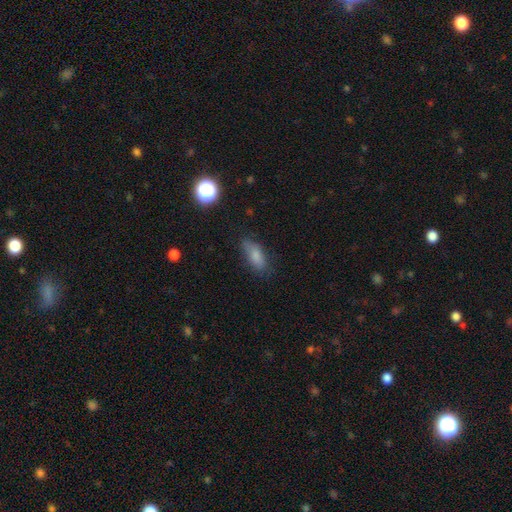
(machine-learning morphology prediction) Smooth or featured? Predicted: smooth (p=0.80). How rounded? Predicted: in between (p=0.77). Merging? Predicted: none (p=0.68).